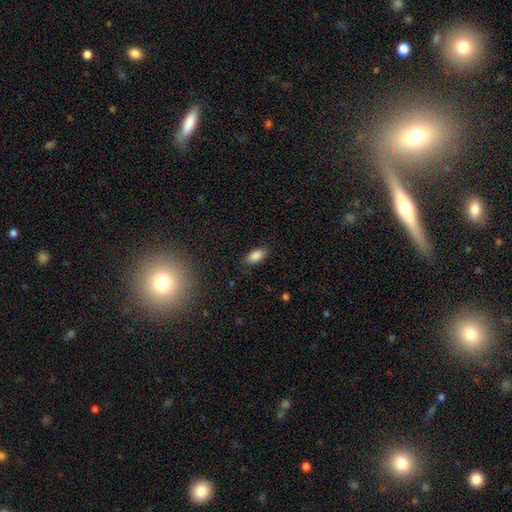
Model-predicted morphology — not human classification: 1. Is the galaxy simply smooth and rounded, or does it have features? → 87% smooth, 8% star or artifact, 5% featured or disk.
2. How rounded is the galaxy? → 91% in between, 6% cigar-shaped, 4% round.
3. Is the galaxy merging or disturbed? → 83% none, 13% minor disturbance, 3% major disturbance, 1% merger.